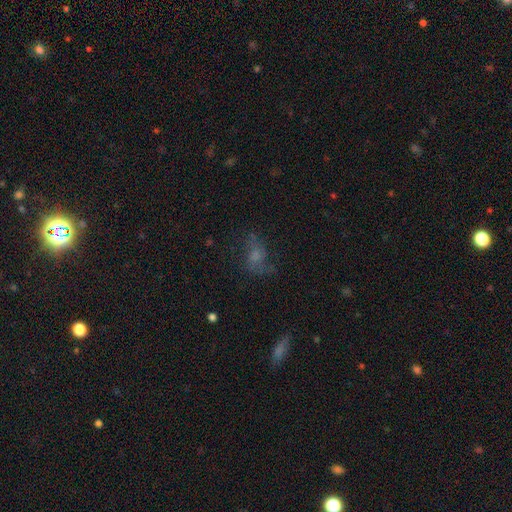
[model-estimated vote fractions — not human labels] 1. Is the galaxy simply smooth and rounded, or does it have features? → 43% smooth, 36% featured or disk, 21% star or artifact.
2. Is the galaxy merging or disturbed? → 51% none, 25% major disturbance, 21% minor disturbance, 3% merger.